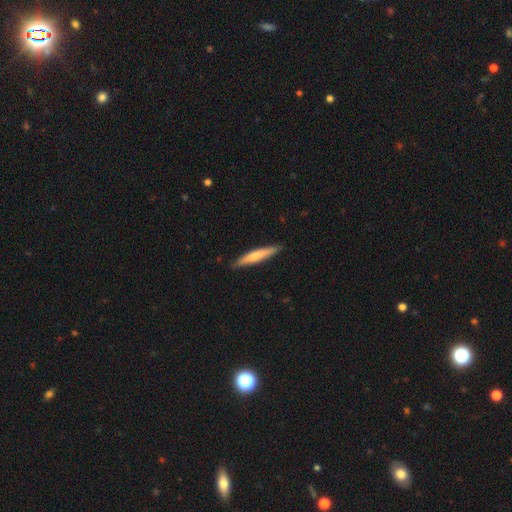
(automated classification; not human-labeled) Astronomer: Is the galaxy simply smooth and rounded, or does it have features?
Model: smooth — 62%.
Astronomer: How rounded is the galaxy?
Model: cigar-shaped — 92%.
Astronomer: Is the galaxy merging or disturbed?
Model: none — 88%.